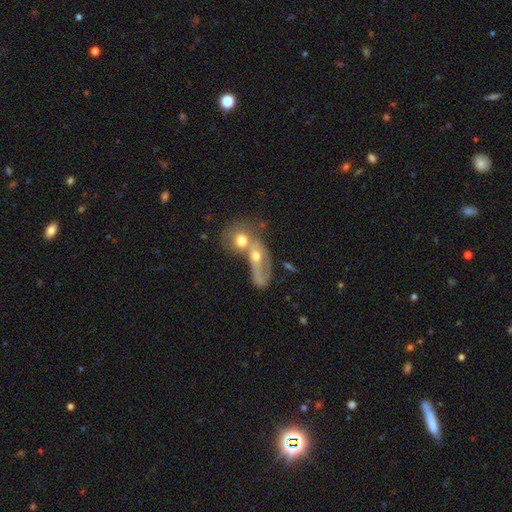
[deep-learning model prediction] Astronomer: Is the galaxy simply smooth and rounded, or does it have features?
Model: featured or disk — 42% (runner-up: smooth, 39%).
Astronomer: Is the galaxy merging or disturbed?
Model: merger — 64%.